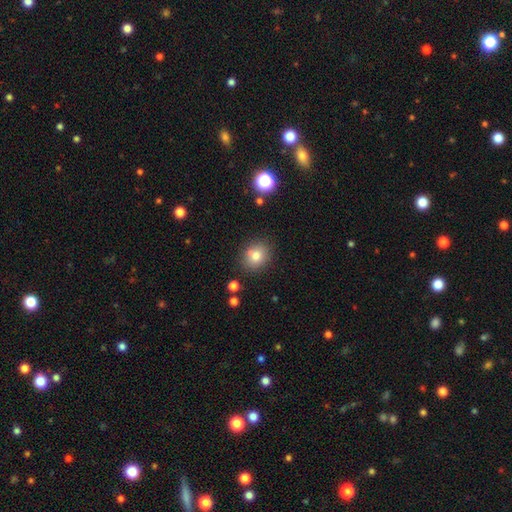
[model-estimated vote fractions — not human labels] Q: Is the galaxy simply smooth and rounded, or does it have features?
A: smooth — 78%.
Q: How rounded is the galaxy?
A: round — 61%.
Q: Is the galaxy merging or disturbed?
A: none — 78%.